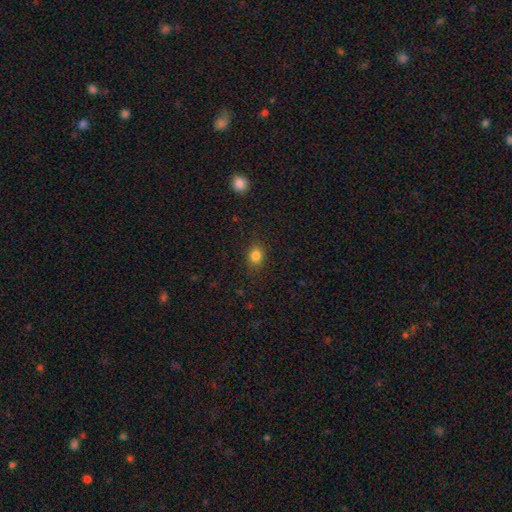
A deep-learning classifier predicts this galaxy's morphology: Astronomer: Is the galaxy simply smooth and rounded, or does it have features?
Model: smooth — 83%.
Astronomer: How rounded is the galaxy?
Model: round — 53% (runner-up: in between, 46%).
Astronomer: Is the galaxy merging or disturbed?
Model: none — 85%.